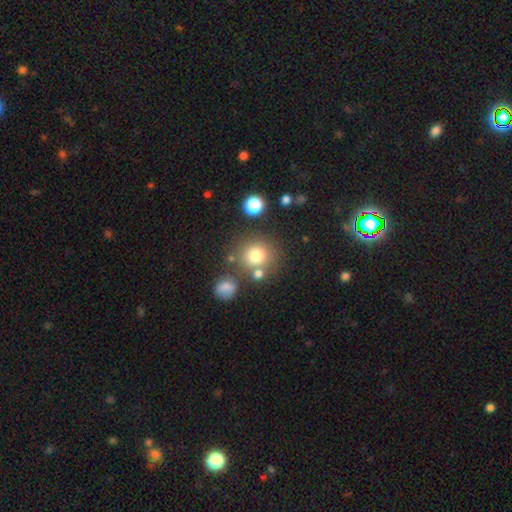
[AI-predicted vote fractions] A smooth galaxy with no disk features (76%) that is round (89%). Merging: none (70%).